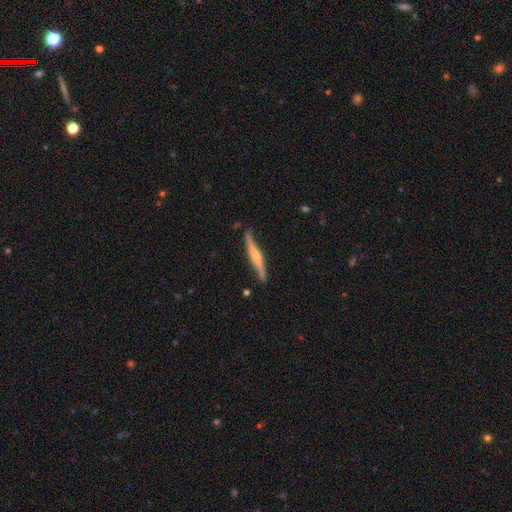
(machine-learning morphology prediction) Smooth or featured?
  - featured or disk: 63% *
  - smooth: 32%
  - star or artifact: 5%
Edge-on disk?
  - yes: 93% *
  - no: 7%
Edge-on bulge?
  - rounded: 68% *
  - none: 19%
  - boxy: 13%
Merging?
  - none: 78% *
  - minor disturbance: 17%
  - major disturbance: 3%
  - merger: 2%